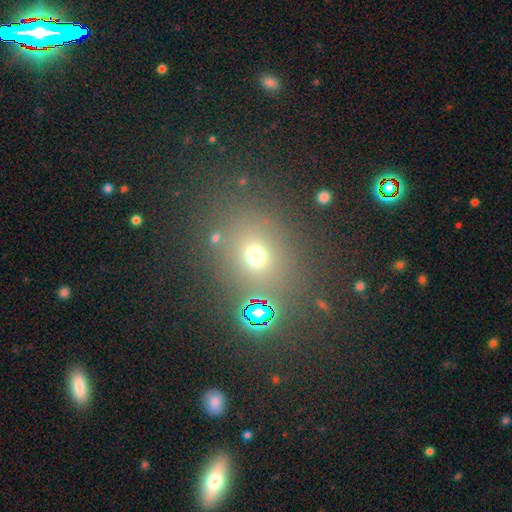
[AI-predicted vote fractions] A smooth galaxy with no disk features (63%) that is round (67%). Merging: none (76%).